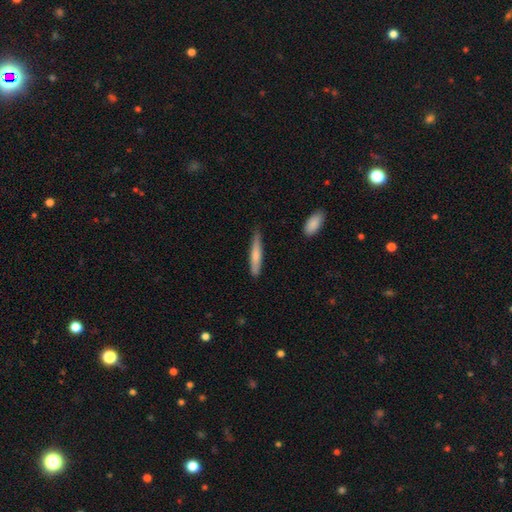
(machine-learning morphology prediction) Smooth or featured?
  - smooth: 71% *
  - featured or disk: 24%
  - star or artifact: 5%
How rounded?
  - cigar-shaped: 90% *
  - in between: 8%
  - round: 1%
Merging?
  - none: 76% *
  - minor disturbance: 19%
  - major disturbance: 3%
  - merger: 2%